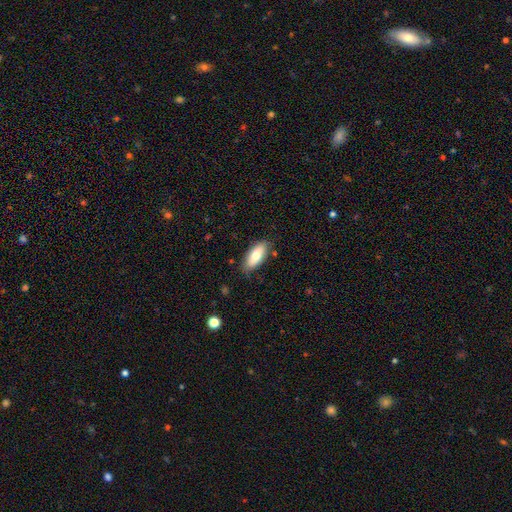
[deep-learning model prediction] Morphology: type=smooth (75%); roundness=in between (85%); merging=none (80%).